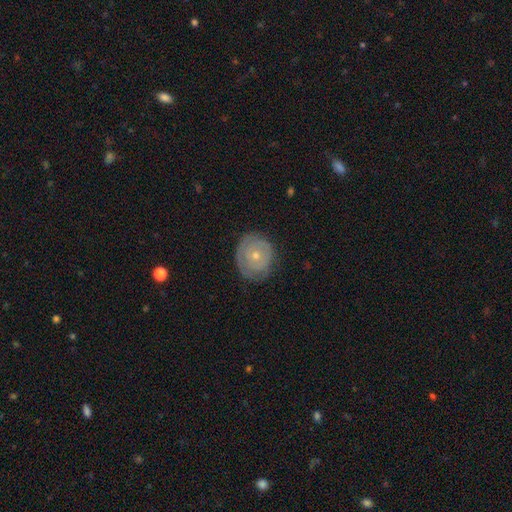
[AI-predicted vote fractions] Smooth or featured? featured or disk (63%)
Edge-on disk? no (97%)
Bar? no (87%)
Spiral arms? yes (67%)
Bulge size? small (56%)
Merging? none (76%)